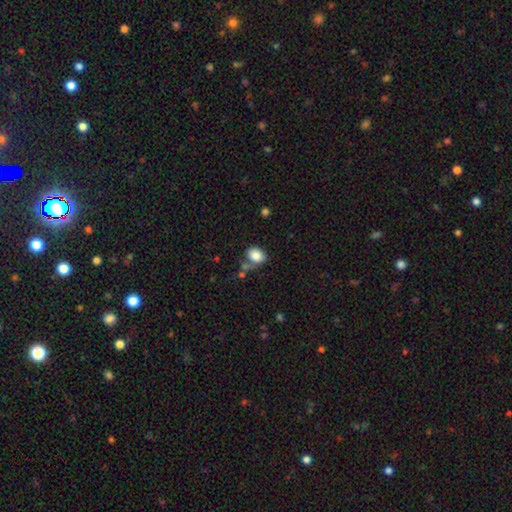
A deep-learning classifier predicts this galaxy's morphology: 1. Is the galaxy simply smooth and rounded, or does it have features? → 84% smooth, 9% star or artifact, 7% featured or disk.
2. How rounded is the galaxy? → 67% in between, 32% round, 1% cigar-shaped.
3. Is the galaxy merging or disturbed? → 59% none, 20% minor disturbance, 14% merger, 7% major disturbance.